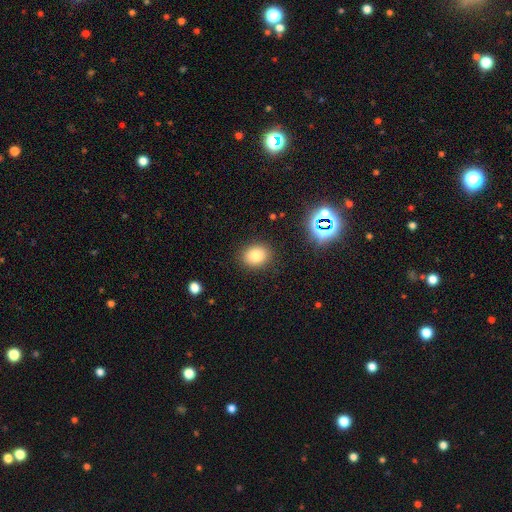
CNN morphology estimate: Smooth or featured: smooth — 79% (star or artifact — 13%)
How rounded: round — 58% (in between — 41%)
Merging: none — 88% (minor disturbance — 8%)